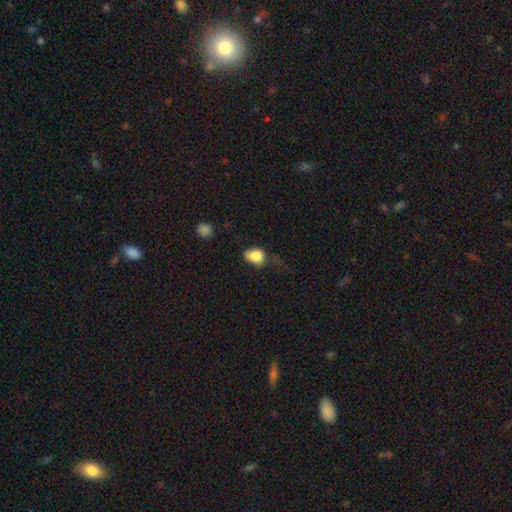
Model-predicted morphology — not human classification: A smooth galaxy with no disk features (83%) that is in between round and cigar-shaped (66%). Merging: minor disturbance (37%).